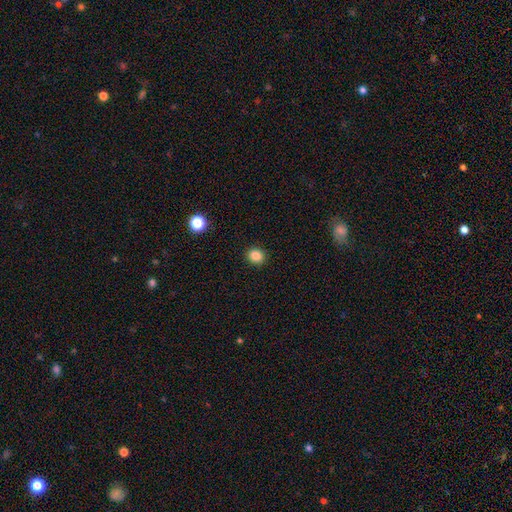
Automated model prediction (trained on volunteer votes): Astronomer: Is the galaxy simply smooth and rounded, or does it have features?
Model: smooth — 85%.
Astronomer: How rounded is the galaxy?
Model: round — 72%.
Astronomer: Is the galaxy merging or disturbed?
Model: none — 92%.